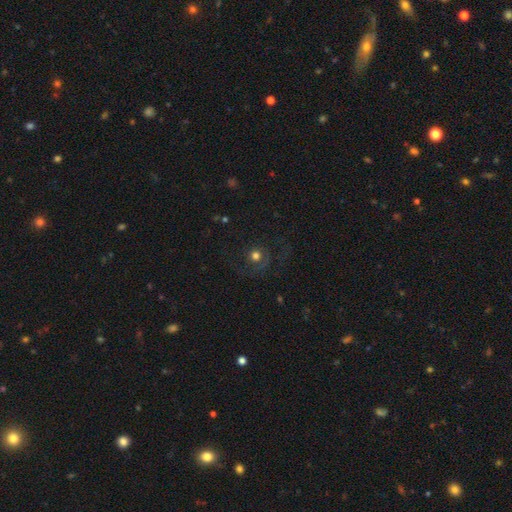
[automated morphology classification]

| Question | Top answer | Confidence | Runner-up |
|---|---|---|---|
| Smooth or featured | smooth | 57% | featured or disk (27%) |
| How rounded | round | 89% | in between (10%) |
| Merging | none | 65% | major disturbance (19%) |